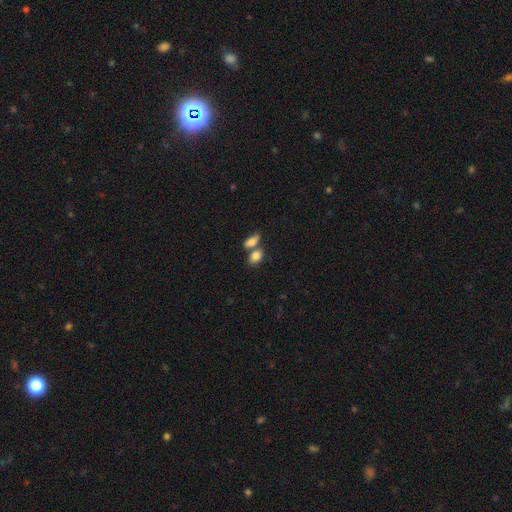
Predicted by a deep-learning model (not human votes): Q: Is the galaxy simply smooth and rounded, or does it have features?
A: smooth — 84%.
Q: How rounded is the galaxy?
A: in between — 87%.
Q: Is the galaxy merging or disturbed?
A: merger — 51%.